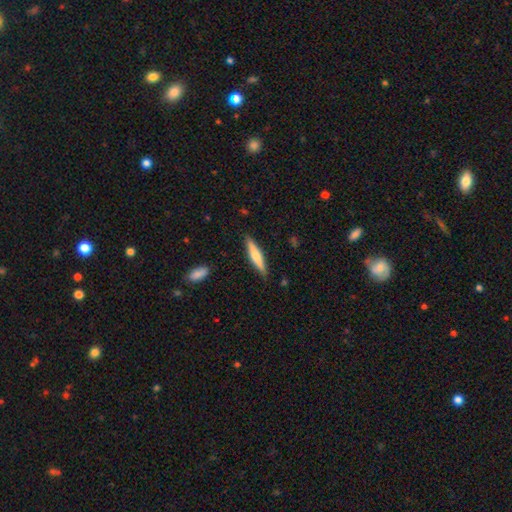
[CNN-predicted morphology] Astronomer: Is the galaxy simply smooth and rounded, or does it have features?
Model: smooth — 55% (runner-up: featured or disk, 39%).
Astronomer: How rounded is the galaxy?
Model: cigar-shaped — 86%.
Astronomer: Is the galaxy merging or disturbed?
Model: none — 88%.